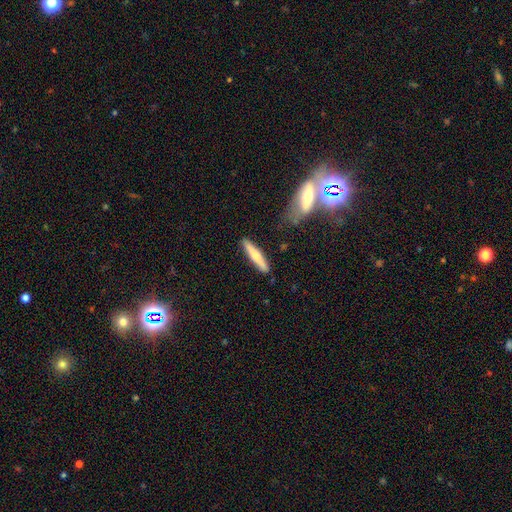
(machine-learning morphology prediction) The model was most divided on "smooth or featured": smooth: 63%, featured or disk: 32%, star or artifact: 5%. More confident: how rounded — cigar-shaped (91%); merging — none (87%).